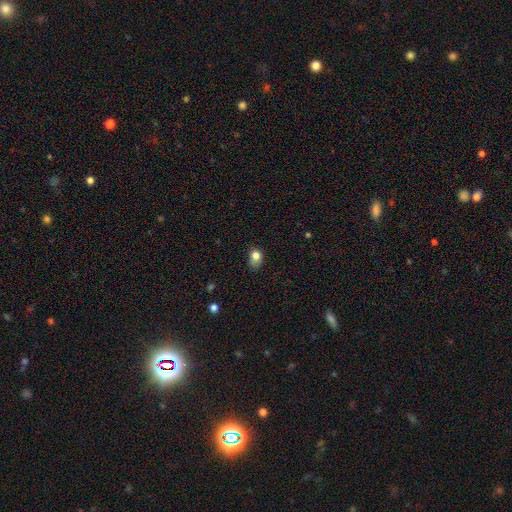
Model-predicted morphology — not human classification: This appears to be a smooth galaxy with no disk features (78%) that is in between round and cigar-shaped (59%). Merging: none (46%).